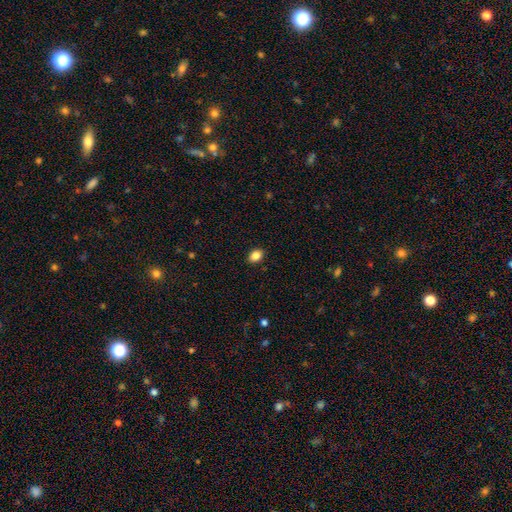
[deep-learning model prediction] The model was most divided on "how rounded": in between: 77%, round: 21%, cigar-shaped: 1%. More confident: merging — none (89%); smooth or featured — smooth (85%).